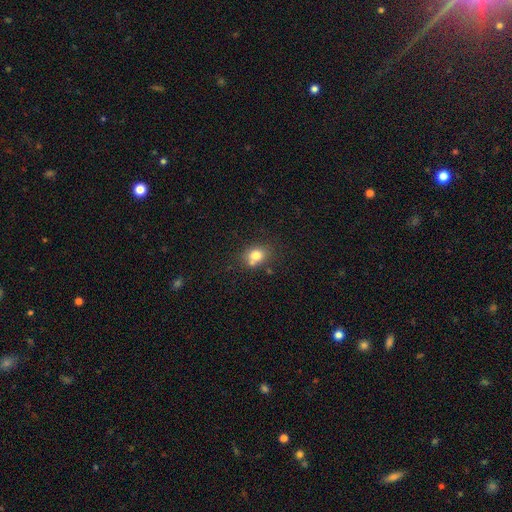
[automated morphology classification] Q: Smooth or featured?
A: smooth (77%); runner-up: star or artifact (12%)
Q: How rounded?
A: round (54%); runner-up: in between (45%)
Q: Merging?
A: none (59%); runner-up: merger (19%)